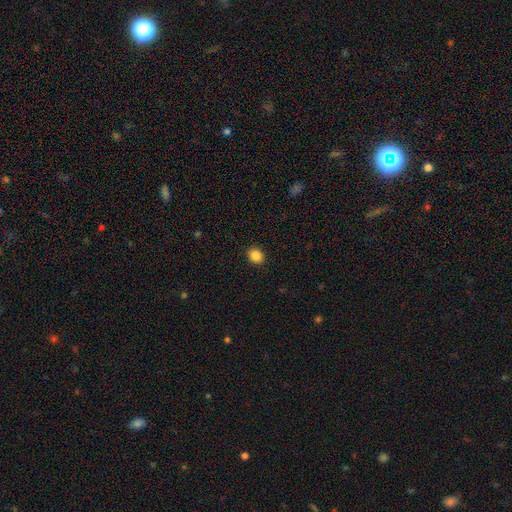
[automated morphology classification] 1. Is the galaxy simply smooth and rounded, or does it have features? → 87% smooth, 10% star or artifact, 3% featured or disk.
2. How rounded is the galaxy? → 69% round, 30% in between, 1% cigar-shaped.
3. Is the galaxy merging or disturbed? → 91% none, 6% minor disturbance, 2% major disturbance, 1% merger.